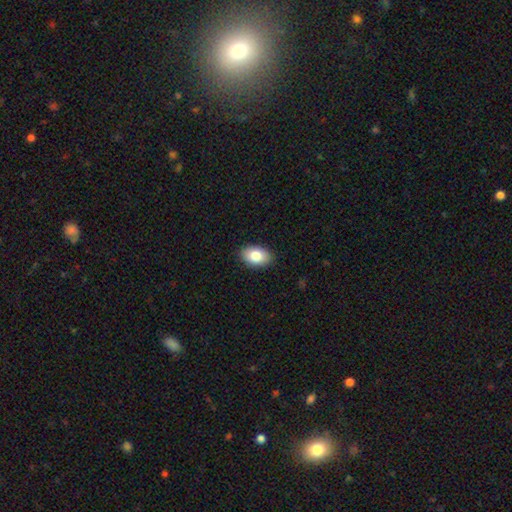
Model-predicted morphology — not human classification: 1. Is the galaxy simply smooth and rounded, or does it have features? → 83% smooth, 9% featured or disk, 7% star or artifact.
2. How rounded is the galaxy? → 88% in between, 11% round, 1% cigar-shaped.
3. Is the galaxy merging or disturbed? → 89% none, 8% minor disturbance, 2% major disturbance, 1% merger.